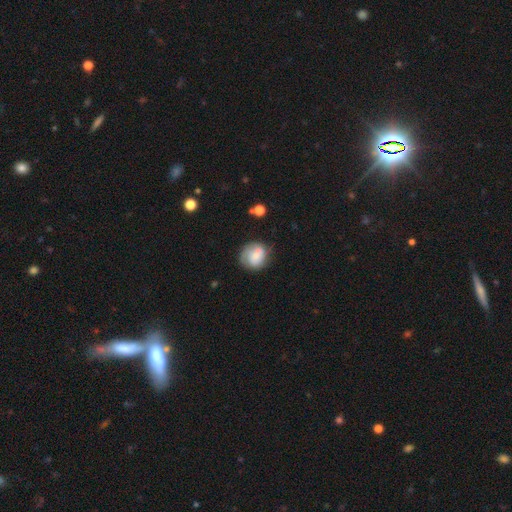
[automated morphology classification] smooth_or_featured: smooth (p=0.63) [alt: featured or disk p=0.29]
how_rounded: round (p=0.75) [alt: in between p=0.24]
merging: none (p=0.64) [alt: minor disturbance p=0.25]